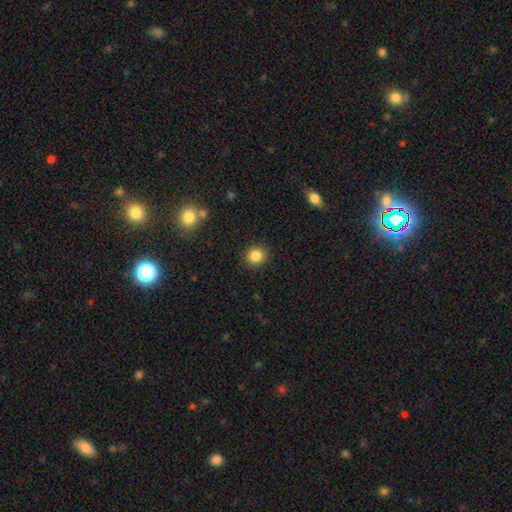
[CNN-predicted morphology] The model was most divided on "smooth or featured": smooth: 85%, star or artifact: 10%, featured or disk: 5%. More confident: merging — none (91%); how rounded — round (88%).